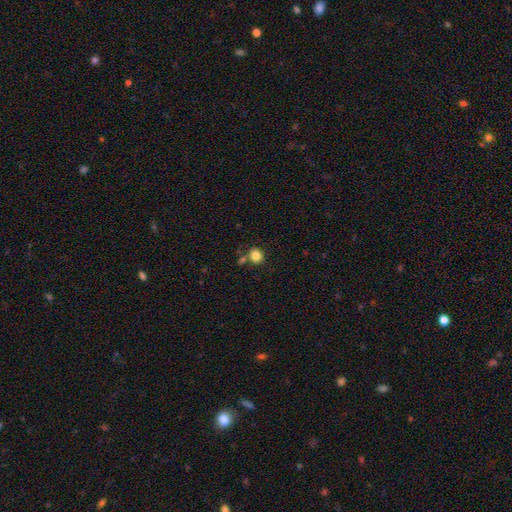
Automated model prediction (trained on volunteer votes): Q: Smooth or featured?
A: smooth (83%); runner-up: star or artifact (11%)
Q: How rounded?
A: round (73%); runner-up: in between (27%)
Q: Merging?
A: none (71%); runner-up: merger (14%)